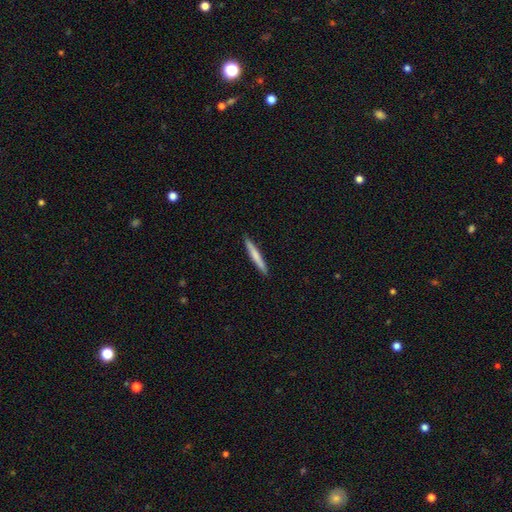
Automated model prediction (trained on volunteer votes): Smooth or featured: smooth — 68% (featured or disk — 27%)
How rounded: cigar-shaped — 96% (in between — 3%)
Merging: none — 91% (minor disturbance — 7%)